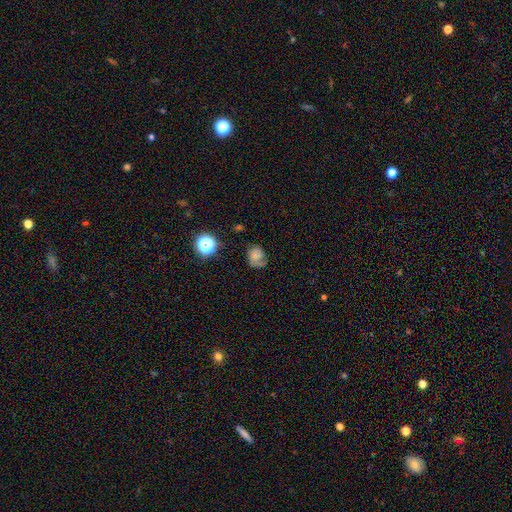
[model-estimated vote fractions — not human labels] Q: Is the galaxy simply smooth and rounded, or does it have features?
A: smooth — 50%.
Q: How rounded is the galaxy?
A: round — 56%.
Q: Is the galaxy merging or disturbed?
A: none — 45%.